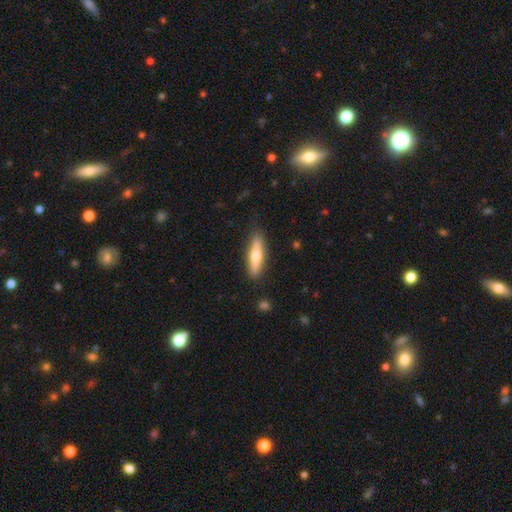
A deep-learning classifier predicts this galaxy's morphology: Smooth or featured: smooth — 53% (featured or disk — 41%)
How rounded: cigar-shaped — 70% (in between — 28%)
Merging: none — 86% (minor disturbance — 10%)